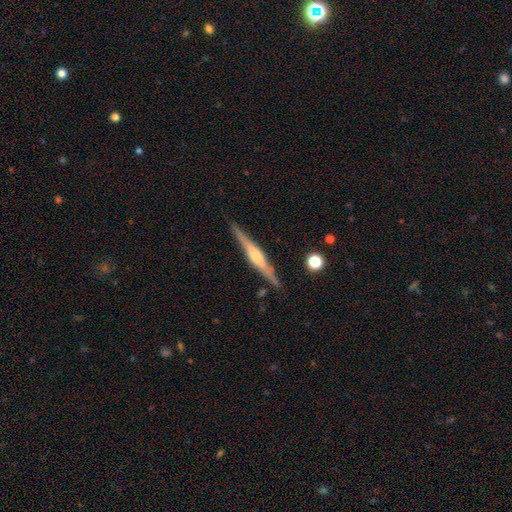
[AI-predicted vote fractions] The model was most divided on "smooth or featured": featured or disk: 78%, smooth: 16%, star or artifact: 5%. More confident: edge-on disk — yes (98%); merging — none (88%); edge-on bulge — rounded (82%).